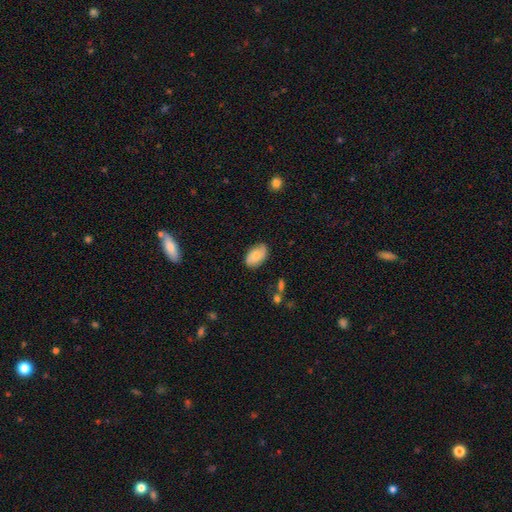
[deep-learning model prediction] A smooth galaxy with no disk features (72%) that is in between round and cigar-shaped (92%).

Vote fractions:
- Smooth or featured? smooth: 72% / featured or disk: 21% / star or artifact: 7%
- How rounded? in between: 92% / round: 6% / cigar-shaped: 1%
- Merging? none: 80% / minor disturbance: 16% / major disturbance: 3% / merger: 1%